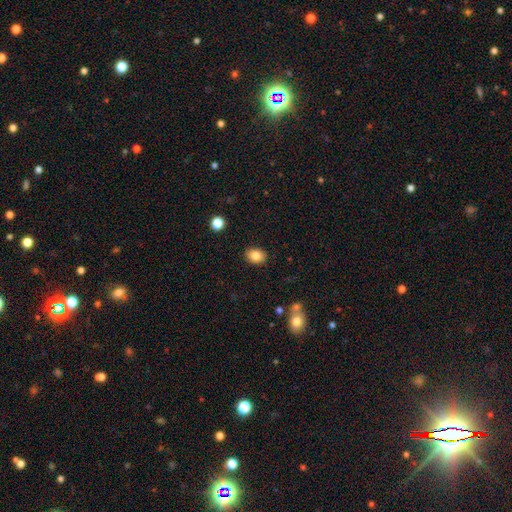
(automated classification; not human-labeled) This appears to be a smooth galaxy with no disk features (83%) that is in between round and cigar-shaped (75%). Merging: none (88%).